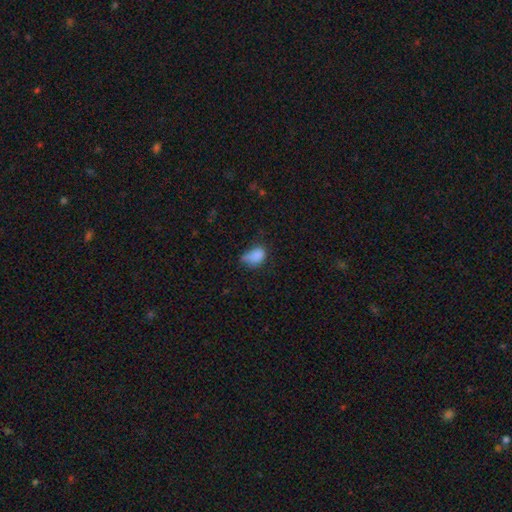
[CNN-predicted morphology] smooth-or-featured: smooth: 83% | star or artifact: 10% | featured or disk: 7%
  how-rounded: in between: 83% | round: 16% | cigar-shaped: 2%
  merging: minor disturbance: 42% | none: 35% | major disturbance: 19% | merger: 4%